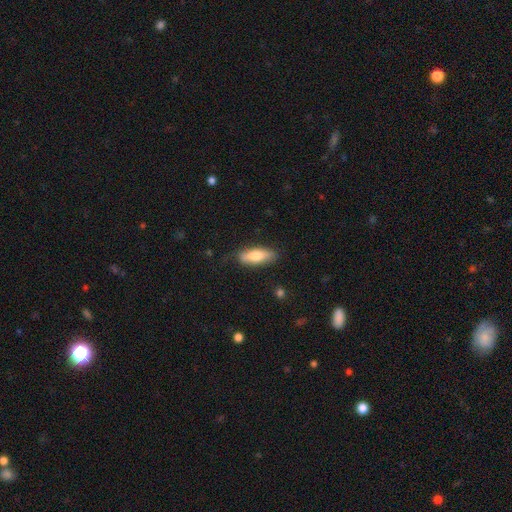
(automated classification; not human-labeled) smooth_or_featured: smooth (p=0.73) [alt: featured or disk p=0.21]
how_rounded: in between (p=0.65) [alt: cigar-shaped p=0.33]
merging: none (p=0.78) [alt: minor disturbance p=0.17]